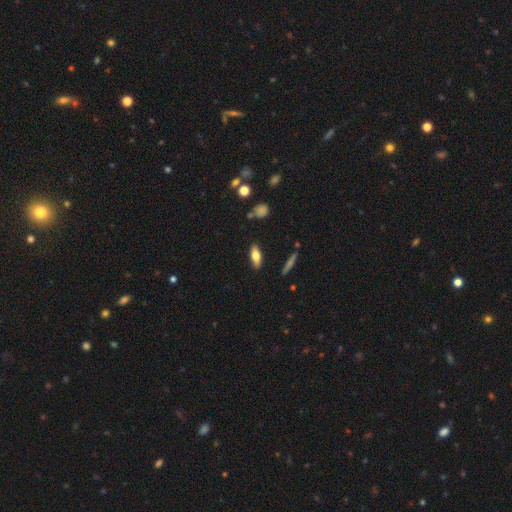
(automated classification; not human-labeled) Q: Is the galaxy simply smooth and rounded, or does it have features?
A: smooth — 64%.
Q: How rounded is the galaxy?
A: in between — 68%.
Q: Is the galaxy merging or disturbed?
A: none — 85%.